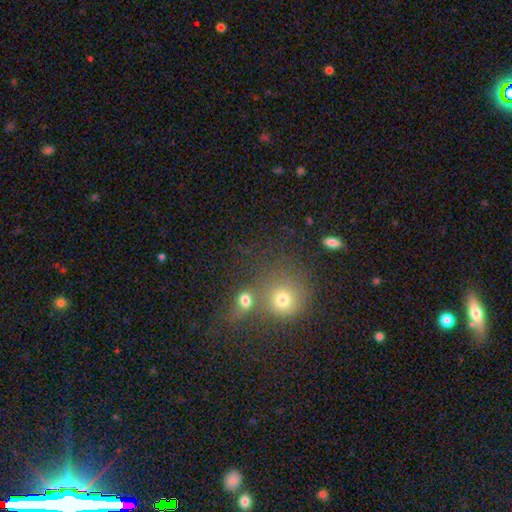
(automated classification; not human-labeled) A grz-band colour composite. It shows a smooth galaxy with no disk features (58%) that is round (85%). Merging: none (46%).